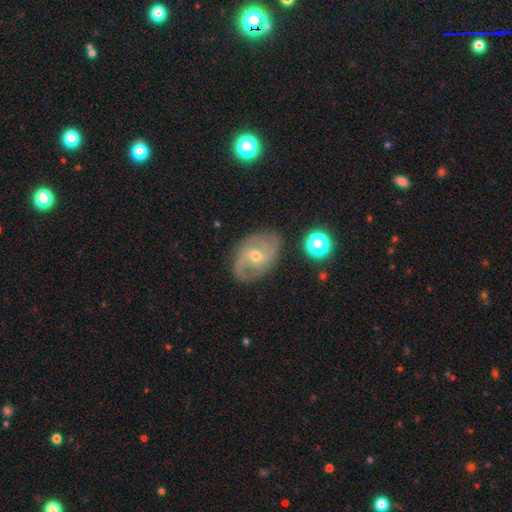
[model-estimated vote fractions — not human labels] This appears to be a featured or disk galaxy (80%) with a weak bar (47%), 2 (66%) medium (45%) spiral arms (91%) and a moderate central bulge (49%). Merging: none (78%).